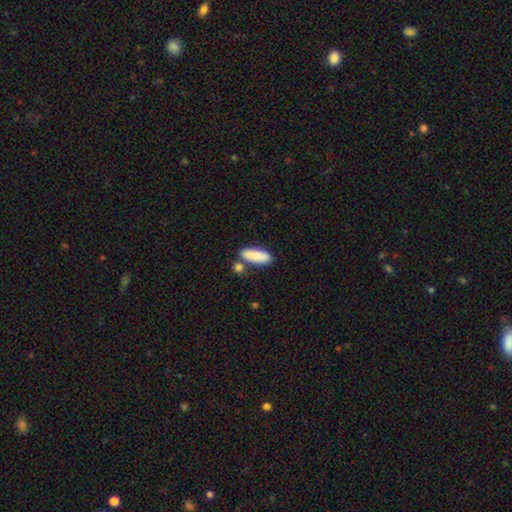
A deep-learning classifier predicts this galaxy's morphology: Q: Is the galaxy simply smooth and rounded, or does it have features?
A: smooth — 86%.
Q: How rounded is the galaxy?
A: in between — 66%.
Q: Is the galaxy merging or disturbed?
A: none — 68%.